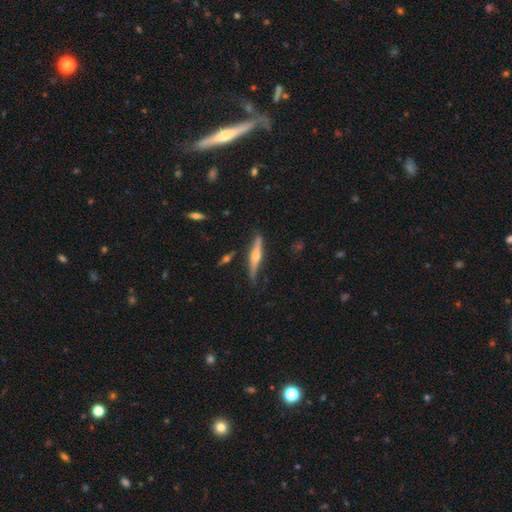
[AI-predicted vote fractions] featured or disk 73%, smooth 21%, star or artifact 6%. Down the decision tree: edge-on disk — yes (97%); edge-on bulge — rounded (93%); merging — none (83%).